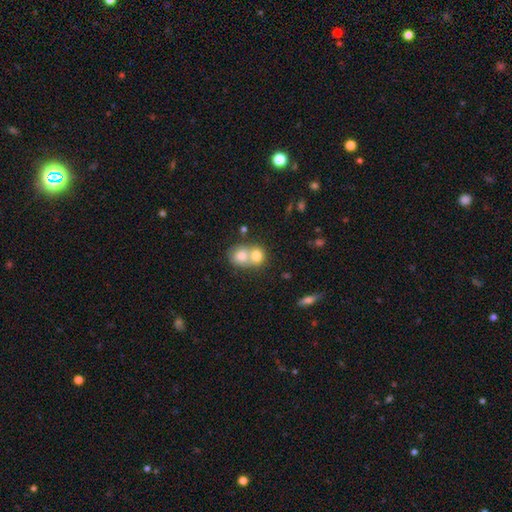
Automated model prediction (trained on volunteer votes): A smooth galaxy with no disk features (74%) that is round (67%). Merging: merger (69%).